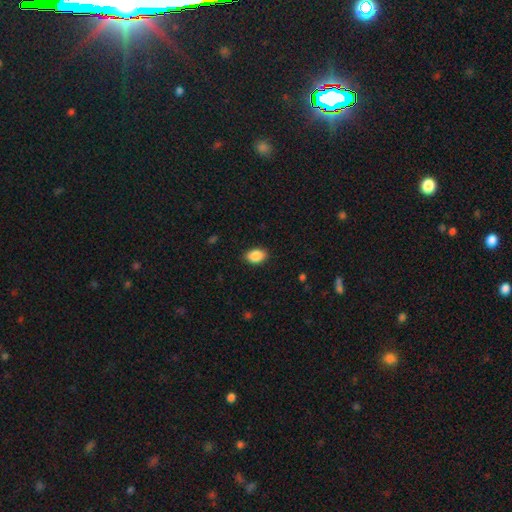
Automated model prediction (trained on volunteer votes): smooth-or-featured: smooth: 88% | star or artifact: 7% | featured or disk: 4%
  how-rounded: in between: 84% | round: 15% | cigar-shaped: 1%
  merging: none: 87% | minor disturbance: 10% | major disturbance: 2% | merger: 1%